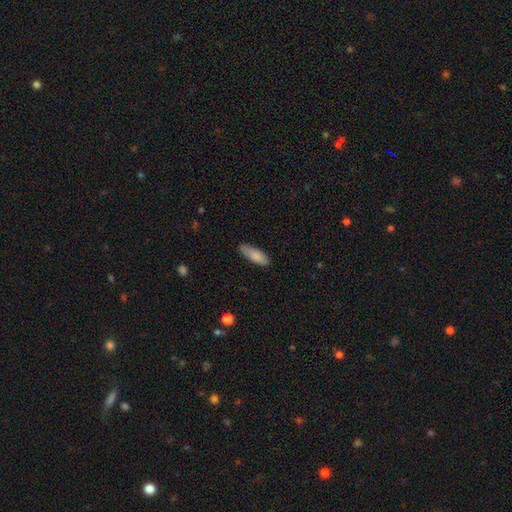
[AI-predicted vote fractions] The model was most divided on "how rounded": in between: 62%, cigar-shaped: 36%, round: 2%. More confident: smooth or featured — smooth (85%); merging — none (79%).